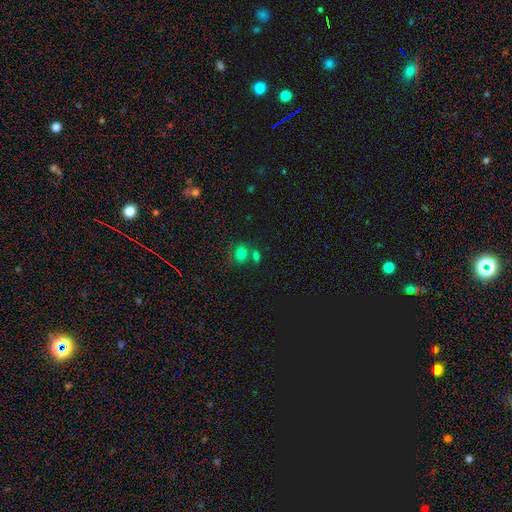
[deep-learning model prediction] Smooth or featured: smooth — 74% (star or artifact — 17%)
How rounded: in between — 50% (round — 48%)
Merging: none — 47% (merger — 39%)